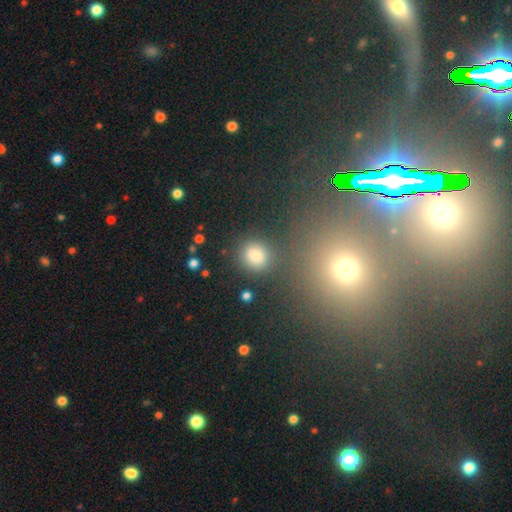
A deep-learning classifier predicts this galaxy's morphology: Overall: smooth (81%). How rounded: round (72%). Merging: none (76%).